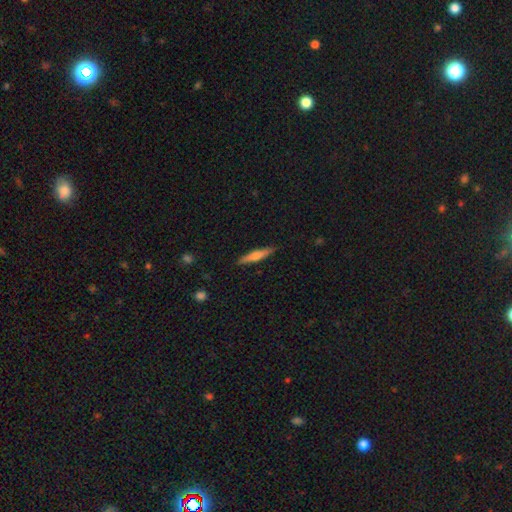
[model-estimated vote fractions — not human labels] A smooth galaxy with no disk features (50%).

Vote fractions:
- Smooth or featured? smooth: 50% / featured or disk: 44% / star or artifact: 6%
- Merging? none: 89% / minor disturbance: 8% / major disturbance: 2% / merger: 1%